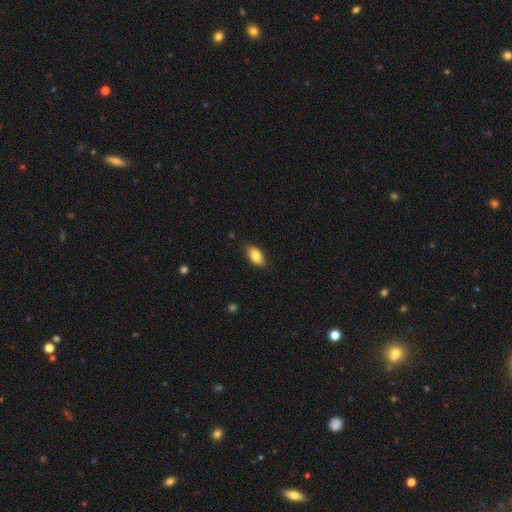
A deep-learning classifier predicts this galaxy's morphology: Smooth or featured? Predicted: smooth (p=0.85). How rounded? Predicted: in between (p=0.92). Merging? Predicted: none (p=0.81).